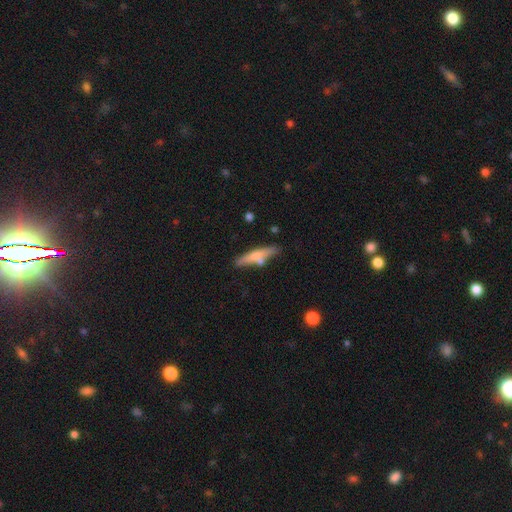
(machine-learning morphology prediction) type=smooth (58%); roundness=cigar-shaped (85%); merging=none (64%).